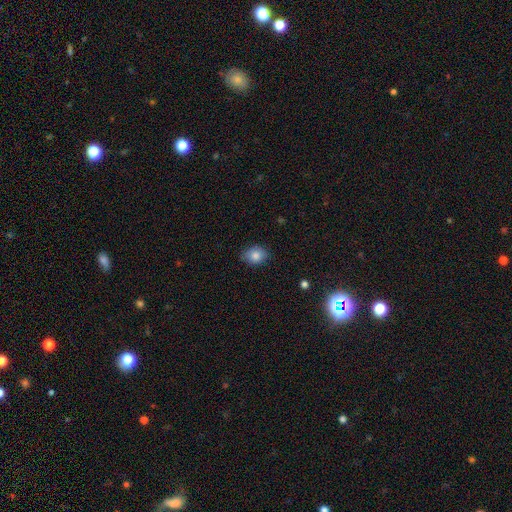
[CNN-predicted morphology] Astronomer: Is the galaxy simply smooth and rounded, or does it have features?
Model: smooth — 83%.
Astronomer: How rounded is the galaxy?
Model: in between — 55% (runner-up: round, 44%).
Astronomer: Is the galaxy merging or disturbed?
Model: none — 80%.